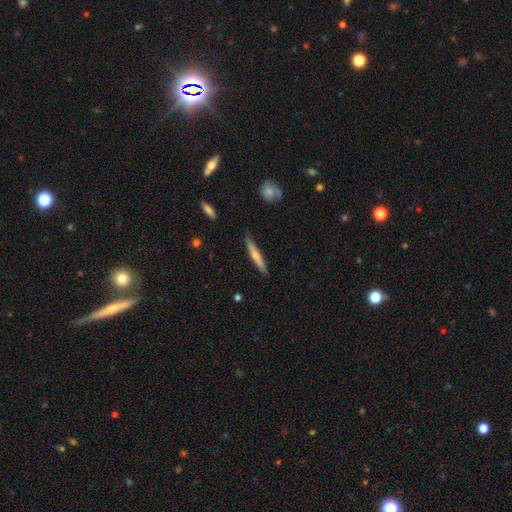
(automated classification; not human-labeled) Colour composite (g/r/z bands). It shows a smooth galaxy with no disk features (59%) that is cigar-shaped (93%). Merging: none (87%).